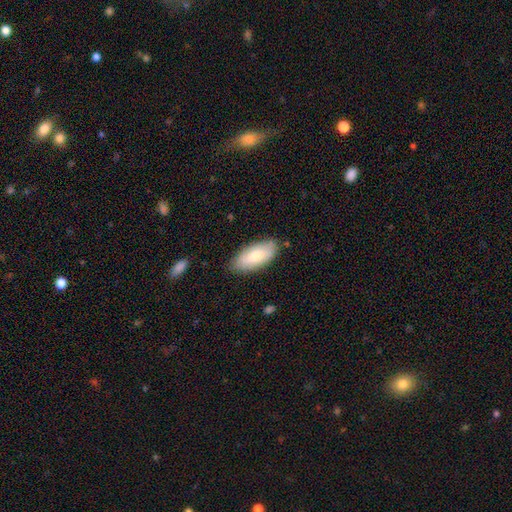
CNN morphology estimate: The model was most divided on "smooth or featured": smooth: 73%, featured or disk: 21%, star or artifact: 6%. More confident: how rounded — in between (91%); merging — none (83%).